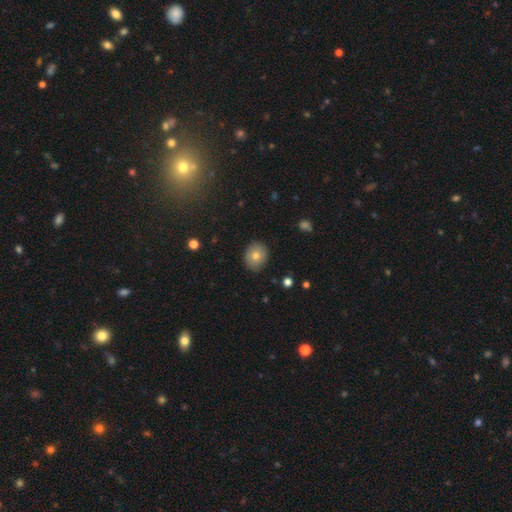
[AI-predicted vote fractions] smooth 74%, featured or disk 16%, star or artifact 10%. Down the decision tree: how rounded — round (69%); merging — none (86%).